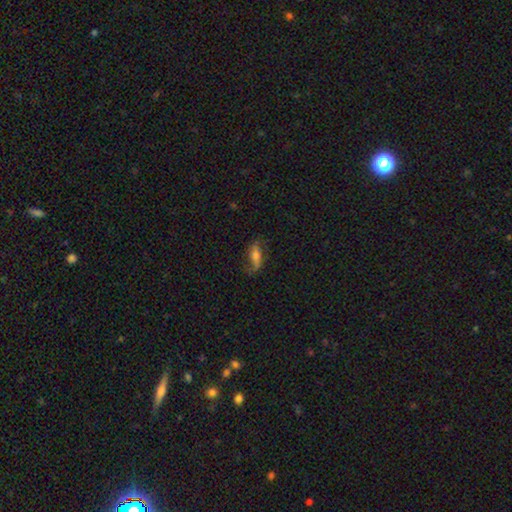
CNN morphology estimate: This is possibly a featured or disk galaxy (57%). It is clearly not viewed edge-on (84%). Merging: likely none (66%).